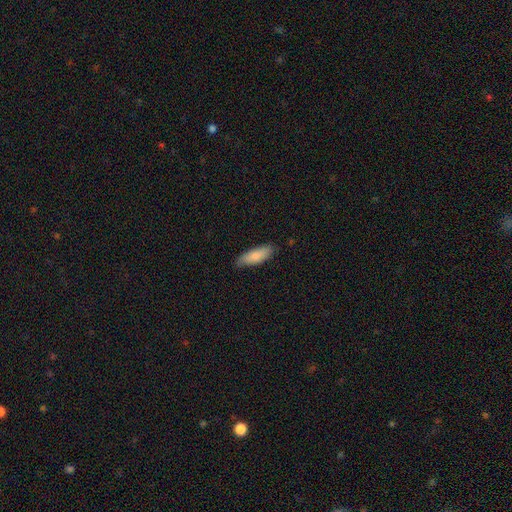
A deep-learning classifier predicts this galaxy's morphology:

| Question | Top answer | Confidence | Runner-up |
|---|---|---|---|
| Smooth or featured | smooth | 84% | featured or disk (11%) |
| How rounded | in between | 58% | cigar-shaped (41%) |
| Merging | none | 80% | minor disturbance (16%) |